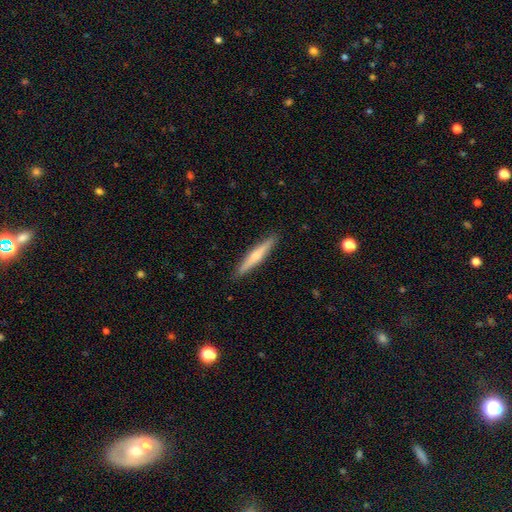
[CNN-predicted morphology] Smooth or featured: smooth — 49% (featured or disk — 46%)
Merging: none — 91% (minor disturbance — 7%)